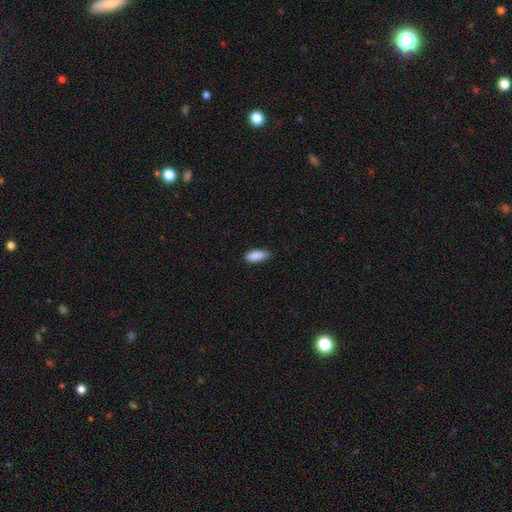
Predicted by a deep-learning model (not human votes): smooth_or_featured: smooth (p=0.90) [alt: star or artifact p=0.07]
how_rounded: in between (p=0.84) [alt: cigar-shaped p=0.14]
merging: none (p=0.78) [alt: minor disturbance p=0.19]